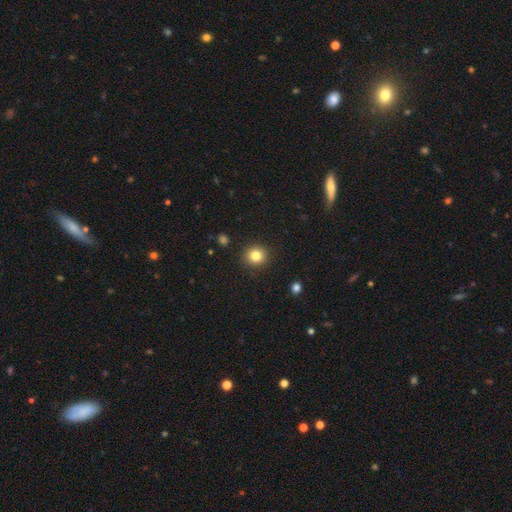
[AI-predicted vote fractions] This is clearly a smooth galaxy (82%). How rounded: clearly round (90%). Merging: clearly none (91%).